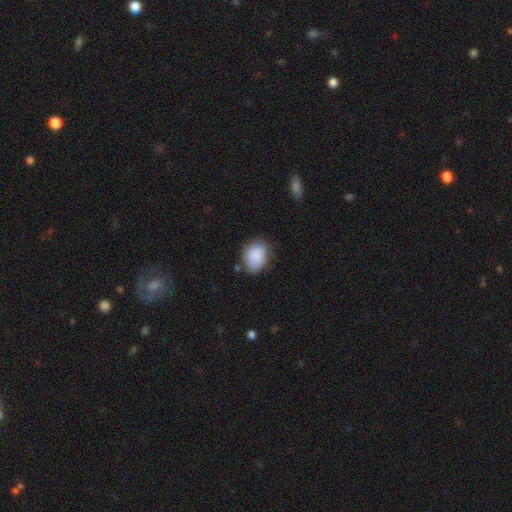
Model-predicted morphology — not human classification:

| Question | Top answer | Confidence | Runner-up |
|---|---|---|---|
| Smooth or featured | smooth | 83% | featured or disk (10%) |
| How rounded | in between | 67% | round (32%) |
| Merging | none | 65% | minor disturbance (26%) |